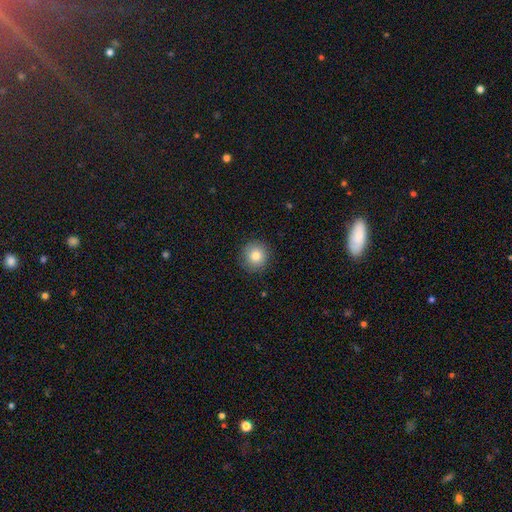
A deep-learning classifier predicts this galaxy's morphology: Smooth or featured: smooth — 83% (star or artifact — 10%)
How rounded: round — 93% (in between — 6%)
Merging: none — 90% (minor disturbance — 7%)